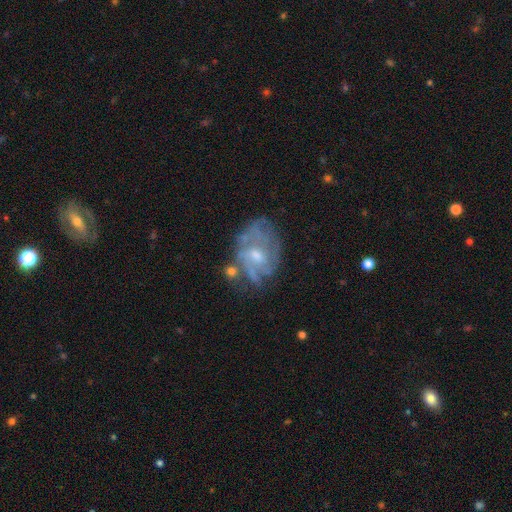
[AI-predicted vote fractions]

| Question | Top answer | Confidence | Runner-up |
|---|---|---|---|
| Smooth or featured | featured or disk | 74% | smooth (17%) |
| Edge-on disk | no | 97% | yes (3%) |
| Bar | no | 56% | weak (38%) |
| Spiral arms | yes | 74% | no (26%) |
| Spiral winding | tight | 42% | medium (38%) |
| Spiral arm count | can't tell | 49% | 2 (17%) |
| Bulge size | moderate | 47% | small (46%) |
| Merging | none | 50% | minor disturbance (24%) |